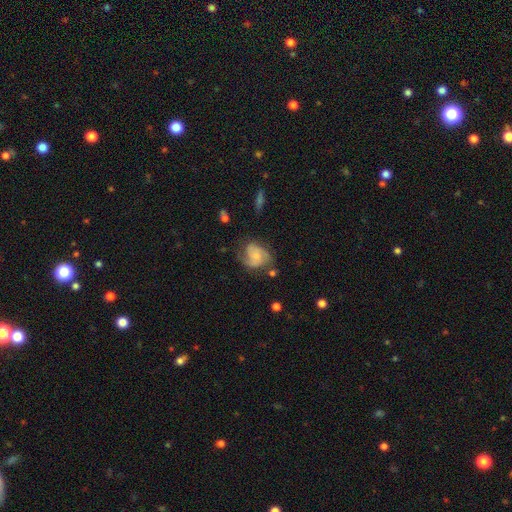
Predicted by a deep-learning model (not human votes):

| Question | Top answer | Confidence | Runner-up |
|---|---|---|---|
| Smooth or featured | featured or disk | 60% | smooth (32%) |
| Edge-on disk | no | 97% | yes (3%) |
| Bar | no | 70% | weak (26%) |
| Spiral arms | yes | 88% | no (12%) |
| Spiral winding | medium | 44% | tight (33%) |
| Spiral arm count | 2 | 57% | can't tell (19%) |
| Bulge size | small | 55% | moderate (21%) |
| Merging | none | 53% | minor disturbance (26%) |